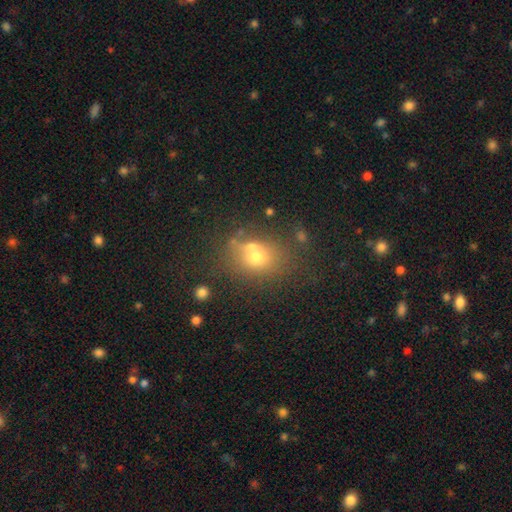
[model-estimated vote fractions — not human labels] Smooth or featured? Predicted: smooth (p=0.65). How rounded? Predicted: round (p=0.56). Merging? Predicted: none (p=0.48).